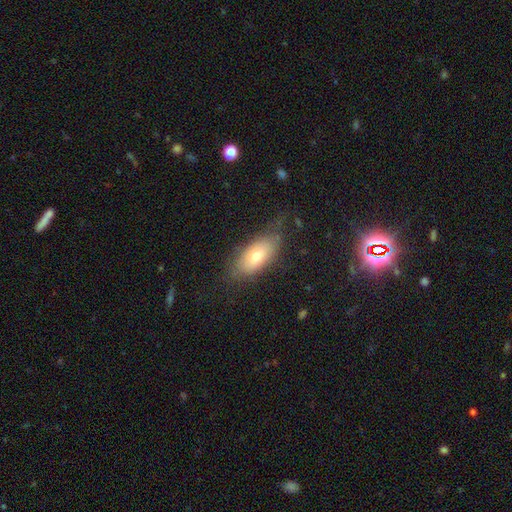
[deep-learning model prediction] A smooth galaxy with no disk features (69%) that is in between round and cigar-shaped (86%).

Vote fractions:
- Smooth or featured? smooth: 69% / featured or disk: 23% / star or artifact: 8%
- How rounded? in between: 86% / cigar-shaped: 10% / round: 4%
- Merging? none: 69% / minor disturbance: 22% / major disturbance: 8% / merger: 2%